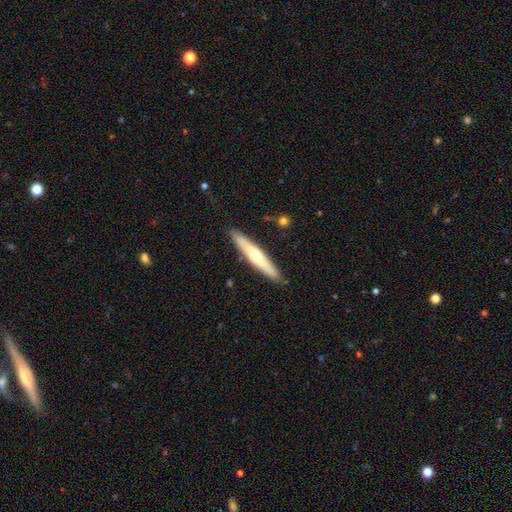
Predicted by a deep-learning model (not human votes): A featured or disk galaxy (48%).

Vote fractions:
- Smooth or featured? featured or disk: 48% / smooth: 47% / star or artifact: 5%
- Merging? none: 89% / minor disturbance: 8% / major disturbance: 1% / merger: 1%